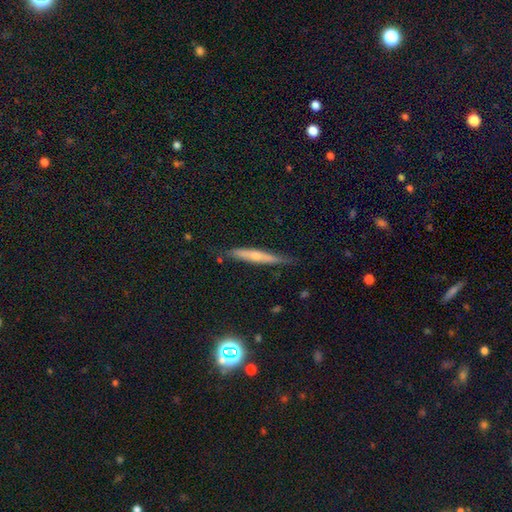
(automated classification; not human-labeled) smooth-or-featured: featured or disk: 51% | smooth: 39% | star or artifact: 9%
  disk-edge-on: yes: 92% | no: 8%
  merging: none: 79% | minor disturbance: 17% | major disturbance: 3% | merger: 2%